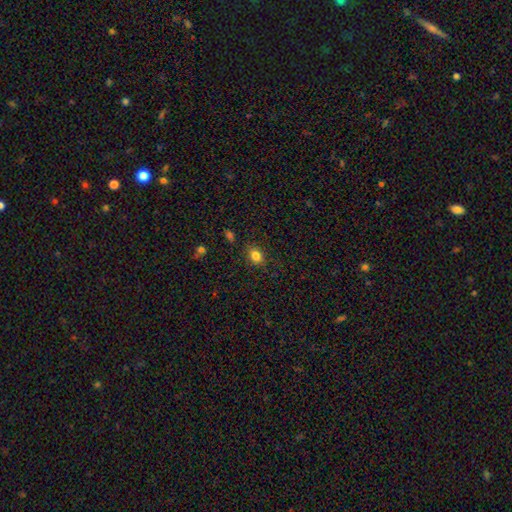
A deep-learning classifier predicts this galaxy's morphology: smooth 83%, star or artifact 11%, featured or disk 6%. Down the decision tree: how rounded — in between (62%); merging — none (83%).